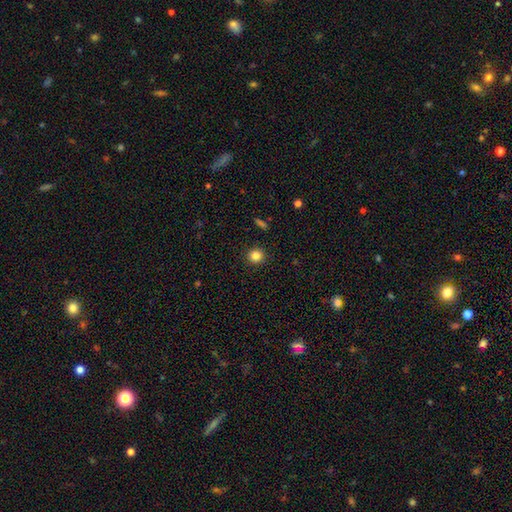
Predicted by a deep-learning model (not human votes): Smooth or featured? smooth (83%)
How rounded? round (92%)
Merging? none (92%)